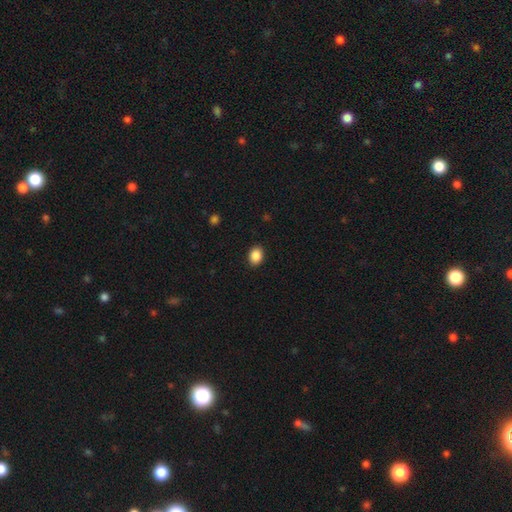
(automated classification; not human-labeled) Smooth or featured?
  - smooth: 89% *
  - star or artifact: 8%
  - featured or disk: 3%
How rounded?
  - in between: 64% *
  - round: 35%
  - cigar-shaped: 1%
Merging?
  - none: 90% *
  - minor disturbance: 7%
  - major disturbance: 2%
  - merger: 1%